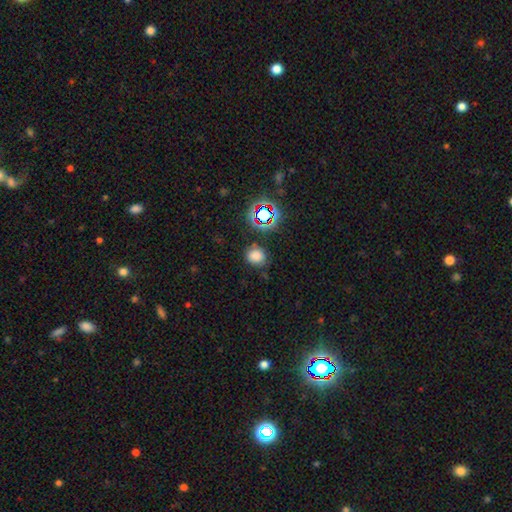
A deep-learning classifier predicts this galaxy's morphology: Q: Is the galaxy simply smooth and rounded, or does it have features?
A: smooth — 73%.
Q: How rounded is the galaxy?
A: round — 72%.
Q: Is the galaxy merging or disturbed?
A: none — 75%.